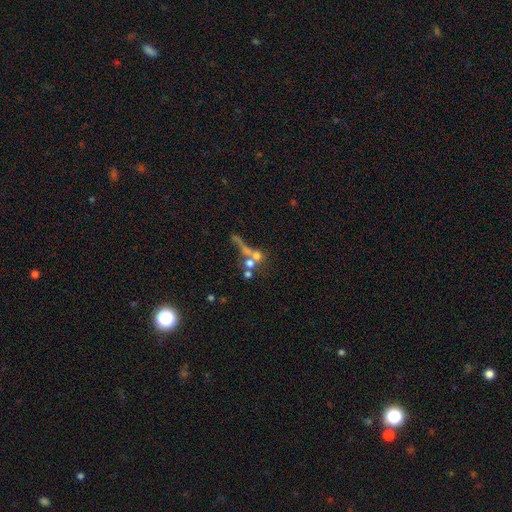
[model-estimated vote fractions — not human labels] smooth-or-featured: star or artifact: 38% | featured or disk: 34% | smooth: 28%